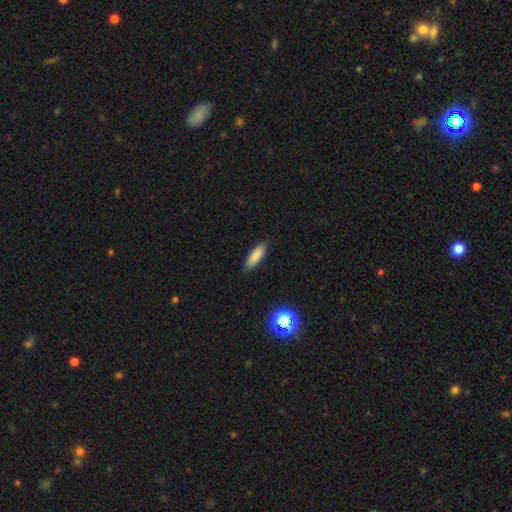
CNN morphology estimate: This appears to be a smooth galaxy with no disk features (85%) that is in between round and cigar-shaped (53%). Merging: none (87%).